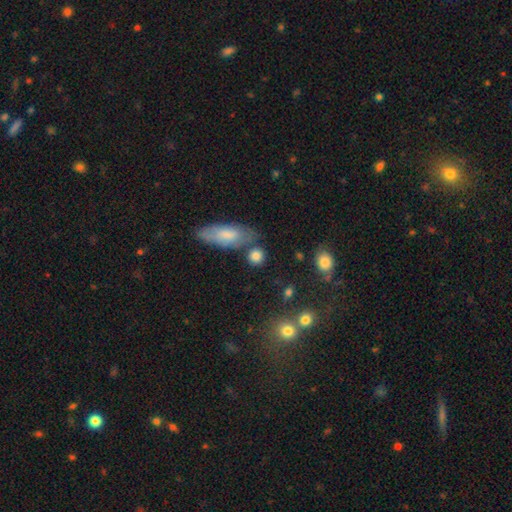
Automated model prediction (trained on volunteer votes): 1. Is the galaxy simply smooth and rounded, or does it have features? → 84% smooth, 9% star or artifact, 7% featured or disk.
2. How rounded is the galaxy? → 79% round, 18% in between, 4% cigar-shaped.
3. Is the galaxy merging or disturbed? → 72% none, 13% minor disturbance, 11% merger, 4% major disturbance.